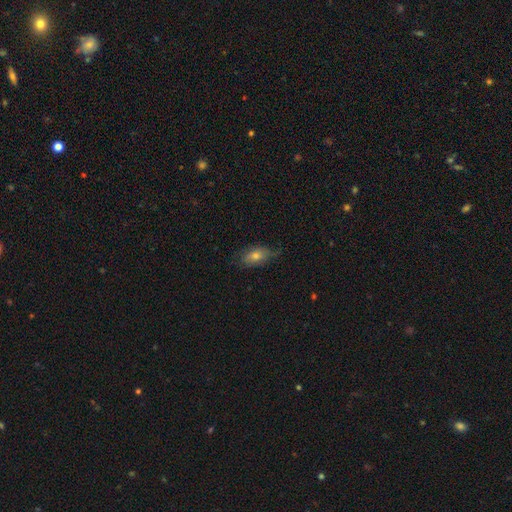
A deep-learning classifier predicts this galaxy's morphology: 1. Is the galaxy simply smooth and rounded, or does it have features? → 60% smooth, 29% featured or disk, 11% star or artifact.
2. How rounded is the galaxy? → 83% in between, 9% cigar-shaped, 8% round.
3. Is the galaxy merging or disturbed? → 66% none, 26% minor disturbance, 7% major disturbance, 1% merger.